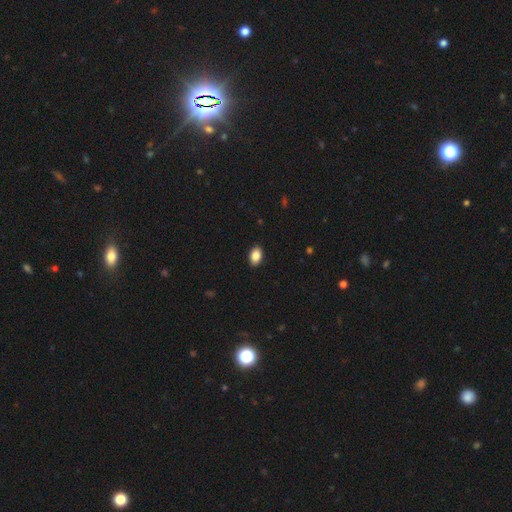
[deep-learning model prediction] Smooth or featured?
  - smooth: 88% *
  - star or artifact: 8%
  - featured or disk: 5%
How rounded?
  - in between: 87% *
  - round: 12%
  - cigar-shaped: 1%
Merging?
  - none: 90% *
  - minor disturbance: 7%
  - major disturbance: 2%
  - merger: 1%